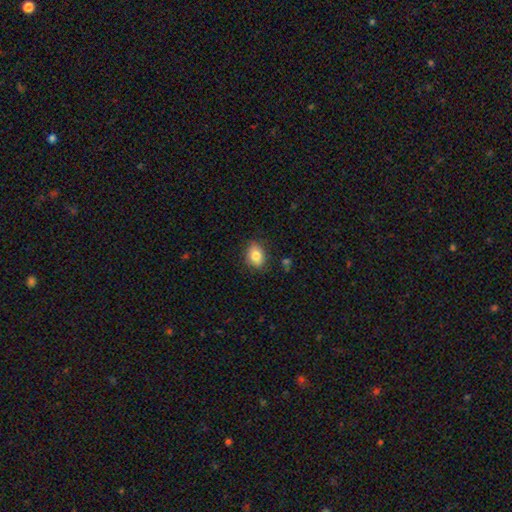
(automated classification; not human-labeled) smooth 81%, featured or disk 10%, star or artifact 9%. Down the decision tree: how rounded — in between (66%); merging — none (80%).